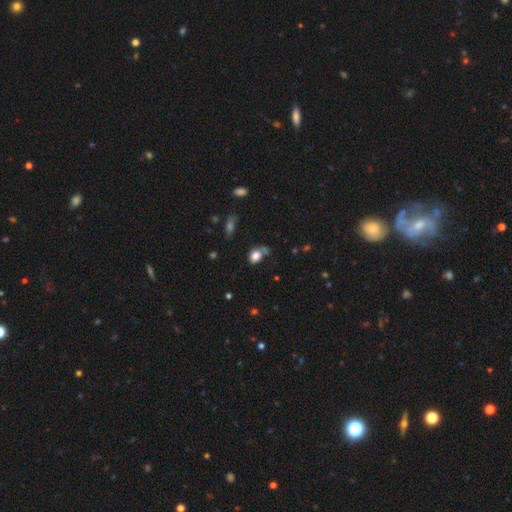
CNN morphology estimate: This is likely a smooth galaxy (80%). How rounded: likely in between (65%). Merging: possibly none (46%).